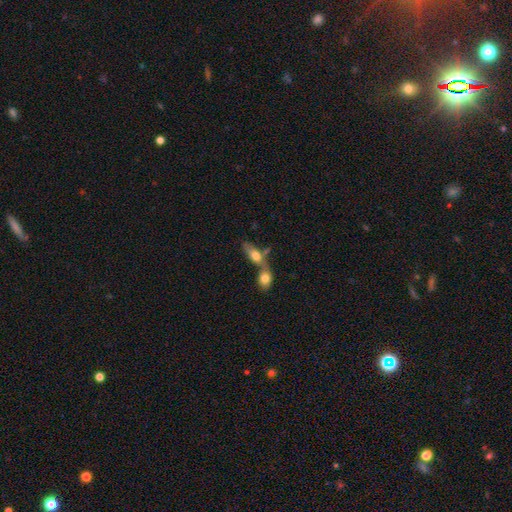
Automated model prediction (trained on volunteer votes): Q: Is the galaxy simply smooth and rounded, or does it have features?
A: smooth — 71%.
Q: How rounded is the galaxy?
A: in between — 75%.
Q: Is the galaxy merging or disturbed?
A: merger — 69%.